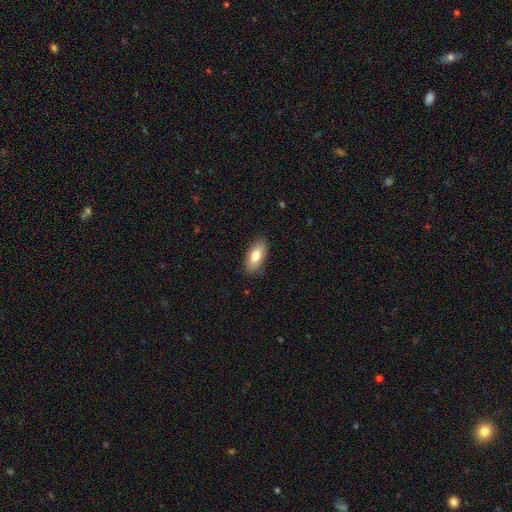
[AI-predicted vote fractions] Smooth or featured? smooth (79%)
How rounded? in between (87%)
Merging? none (87%)